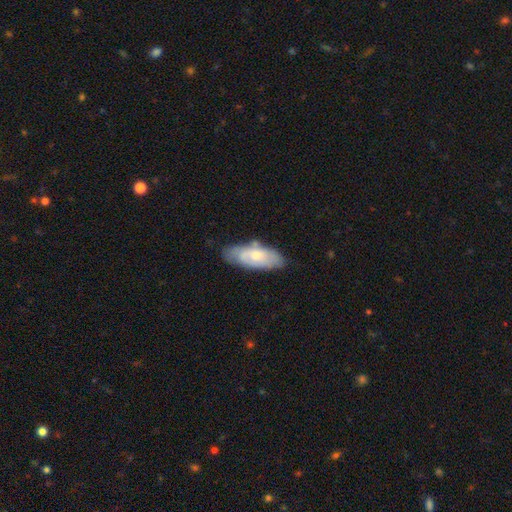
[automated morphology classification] Smooth or featured? Predicted: smooth (p=0.53). How rounded? Predicted: in between (p=0.79). Merging? Predicted: none (p=0.64).